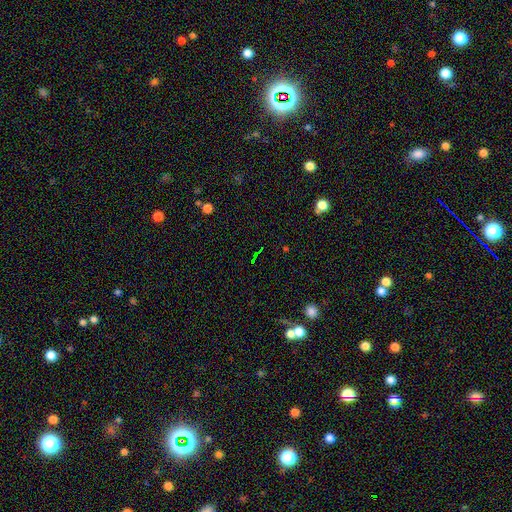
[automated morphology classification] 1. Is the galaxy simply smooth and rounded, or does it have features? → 71% star or artifact, 17% smooth, 11% featured or disk.